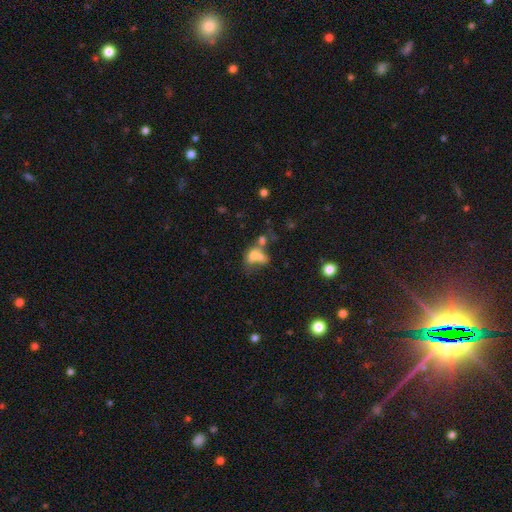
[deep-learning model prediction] Q: Smooth or featured?
A: smooth (60%); runner-up: featured or disk (26%)
Q: How rounded?
A: in between (71%); runner-up: round (26%)
Q: Merging?
A: merger (57%); runner-up: none (19%)